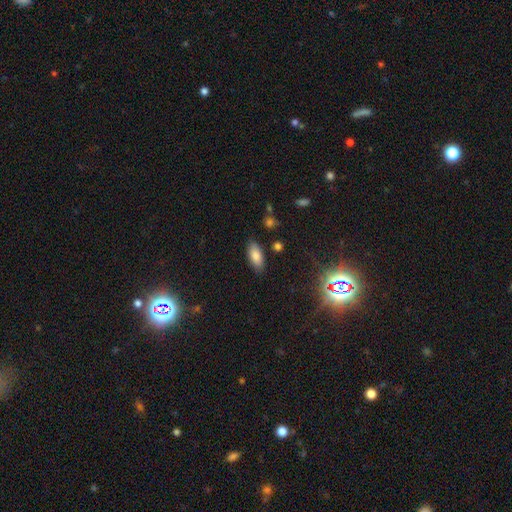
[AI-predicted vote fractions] This is clearly a smooth galaxy (82%). How rounded: clearly in between (88%). Merging: clearly none (84%).